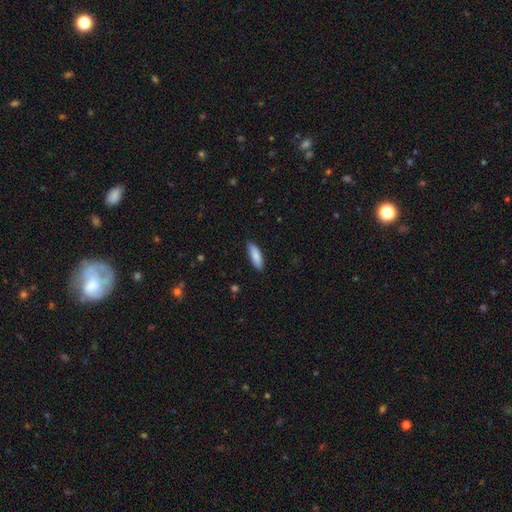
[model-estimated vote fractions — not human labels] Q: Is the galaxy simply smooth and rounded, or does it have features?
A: smooth — 86%.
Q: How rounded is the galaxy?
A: in between — 55%.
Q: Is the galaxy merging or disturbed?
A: none — 87%.